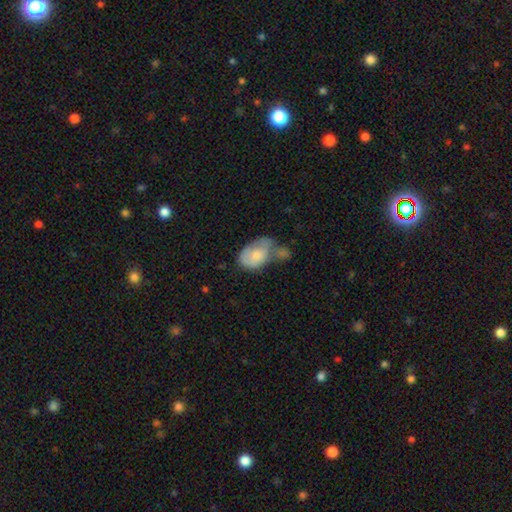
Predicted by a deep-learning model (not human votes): This is likely a smooth galaxy (66%). How rounded: clearly in between (86%). Merging: marginally merger (36%).